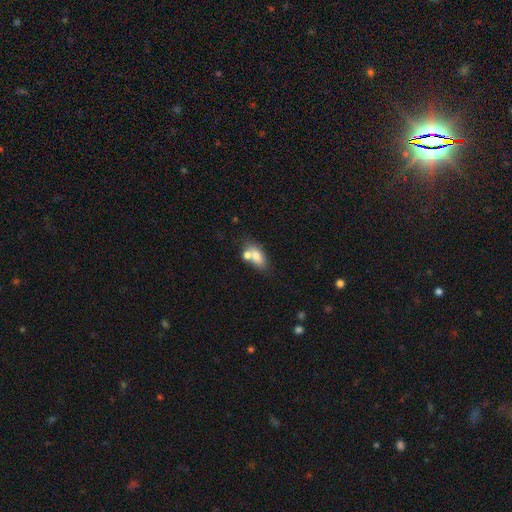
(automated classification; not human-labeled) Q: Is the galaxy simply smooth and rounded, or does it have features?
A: smooth — 74%.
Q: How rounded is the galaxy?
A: in between — 83%.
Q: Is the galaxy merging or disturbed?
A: none — 41%.